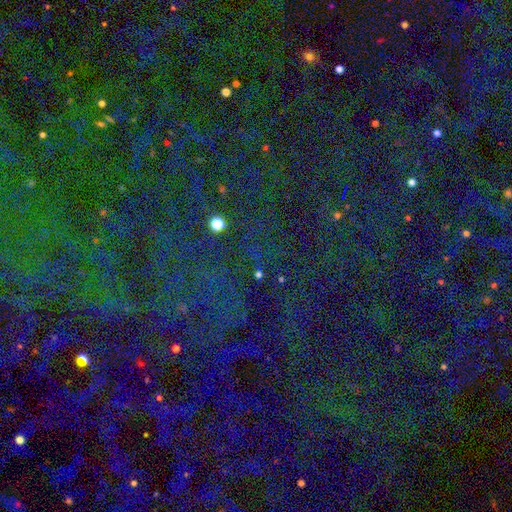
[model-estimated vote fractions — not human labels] star or artifact 82%, smooth 11%, featured or disk 7%.